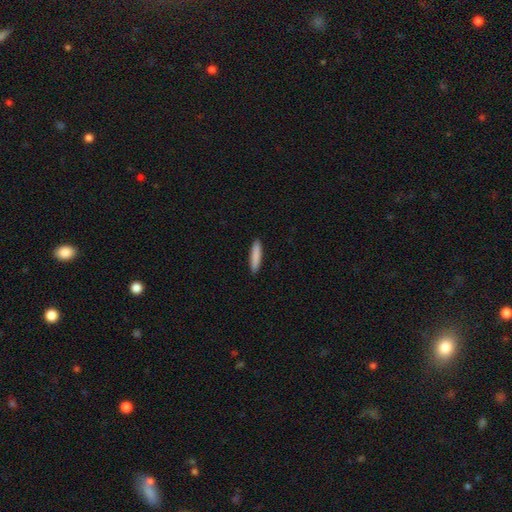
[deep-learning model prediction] Smooth or featured: smooth — 86% (featured or disk — 8%)
How rounded: cigar-shaped — 88% (in between — 11%)
Merging: none — 91% (minor disturbance — 6%)